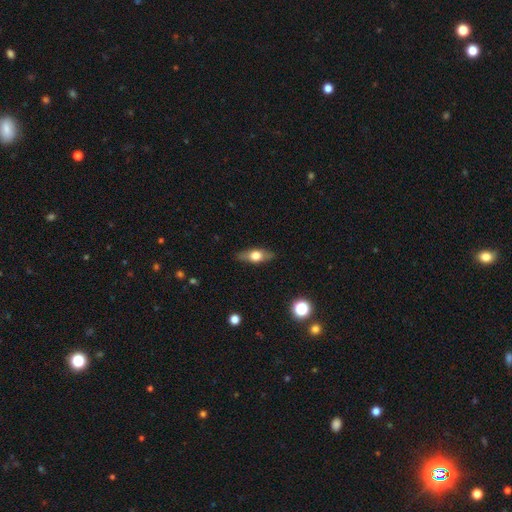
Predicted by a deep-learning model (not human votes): Smooth or featured?
  - smooth: 54% *
  - featured or disk: 39%
  - star or artifact: 7%
How rounded?
  - in between: 64% *
  - cigar-shaped: 29%
  - round: 7%
Merging?
  - none: 85% *
  - minor disturbance: 11%
  - major disturbance: 3%
  - merger: 1%